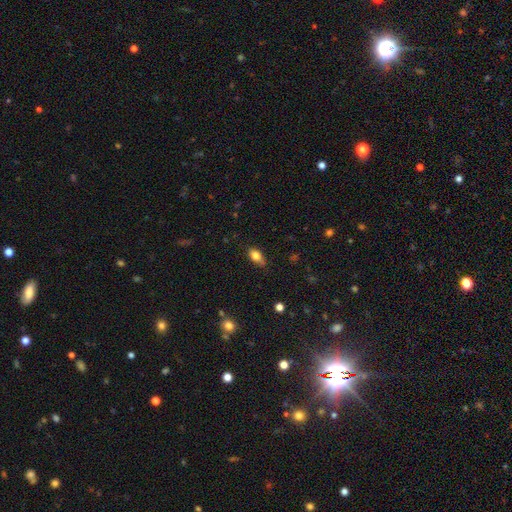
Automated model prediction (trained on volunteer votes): The model was most divided on "merging": none: 72%, minor disturbance: 23%, major disturbance: 4%, merger: 1%. More confident: how rounded — in between (84%); smooth or featured — smooth (78%).